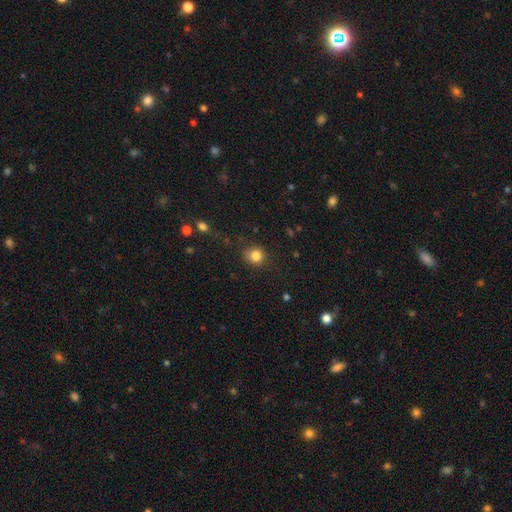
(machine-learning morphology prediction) A smooth galaxy with no disk features (83%) that is round (83%).

Vote fractions:
- Smooth or featured? smooth: 83% / star or artifact: 11% / featured or disk: 6%
- How rounded? round: 83% / in between: 16% / cigar-shaped: 1%
- Merging? none: 79% / minor disturbance: 14% / major disturbance: 4% / merger: 2%